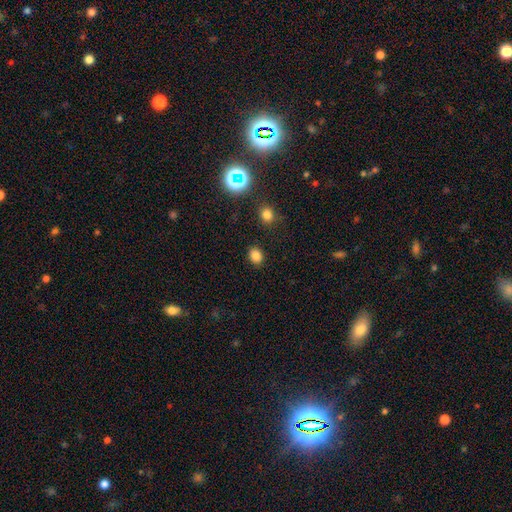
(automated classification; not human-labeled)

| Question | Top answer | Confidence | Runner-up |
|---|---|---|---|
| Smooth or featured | smooth | 81% | star or artifact (14%) |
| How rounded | in between | 51% | round (48%) |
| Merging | none | 86% | minor disturbance (9%) |